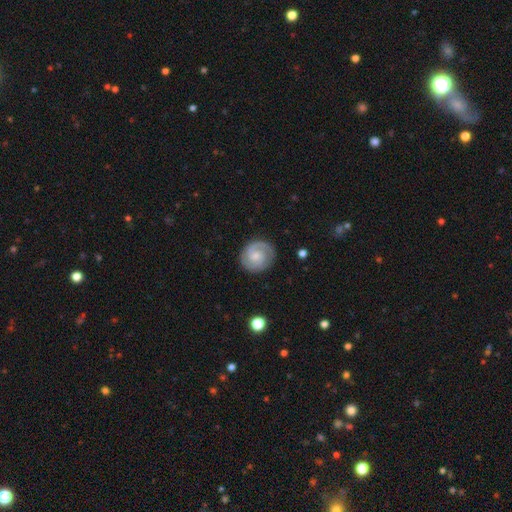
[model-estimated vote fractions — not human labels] Smooth or featured: featured or disk — 84% (smooth — 11%)
Edge-on disk: no — 98% (yes — 2%)
Bar: no — 56% (weak — 38%)
Spiral arms: yes — 97% (no — 3%)
Spiral winding: tight — 61% (medium — 33%)
Spiral arm count: 2 — 85% (3 — 5%)
Bulge size: small — 56% (moderate — 32%)
Merging: none — 85% (minor disturbance — 11%)